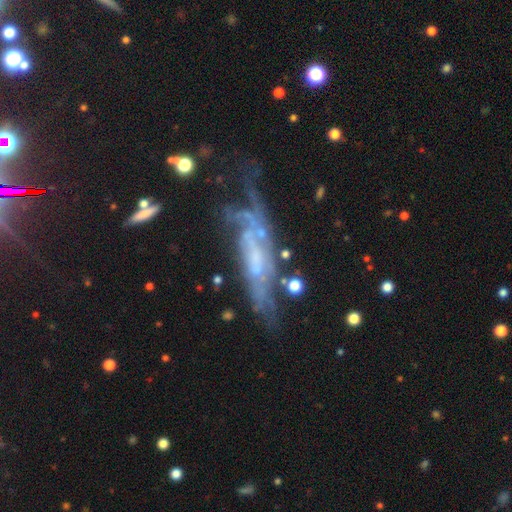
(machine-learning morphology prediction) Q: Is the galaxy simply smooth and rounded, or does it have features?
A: featured or disk — 73%.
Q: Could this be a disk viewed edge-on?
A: no — 68%.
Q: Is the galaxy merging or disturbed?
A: none — 41%.